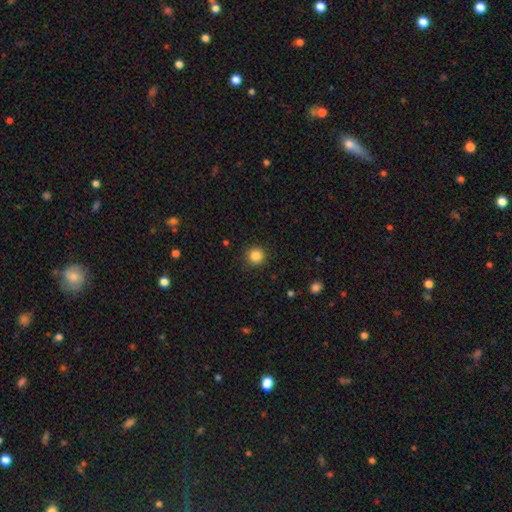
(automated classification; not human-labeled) Morphology: type=smooth (85%); roundness=round (94%); merging=none (90%).